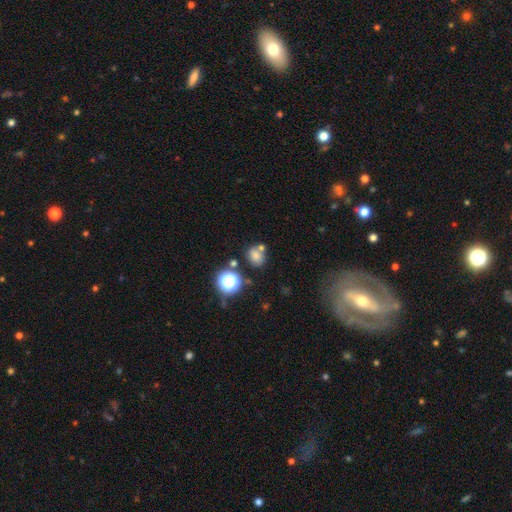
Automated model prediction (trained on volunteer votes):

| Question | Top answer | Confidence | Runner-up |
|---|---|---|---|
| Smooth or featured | smooth | 71% | star or artifact (19%) |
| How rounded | round | 56% | in between (43%) |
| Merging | none | 62% | merger (19%) |